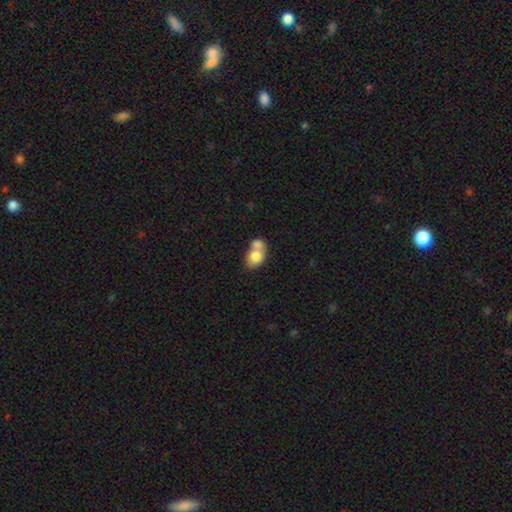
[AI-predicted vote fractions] Smooth or featured: smooth — 76% (featured or disk — 16%)
How rounded: in between — 66% (round — 33%)
Merging: merger — 65% (none — 23%)